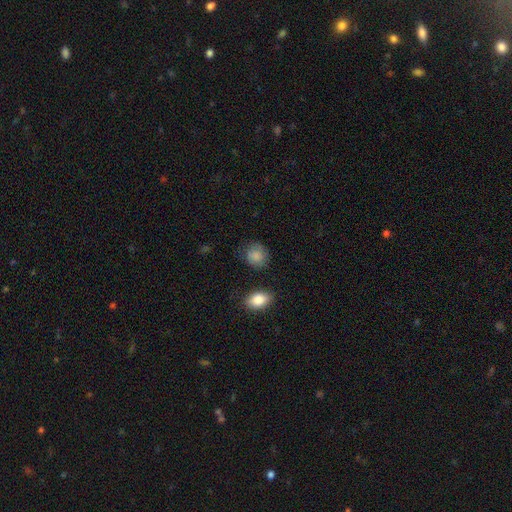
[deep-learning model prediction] This is clearly a smooth galaxy (85%). How rounded: likely round (72%). Merging: likely none (73%).